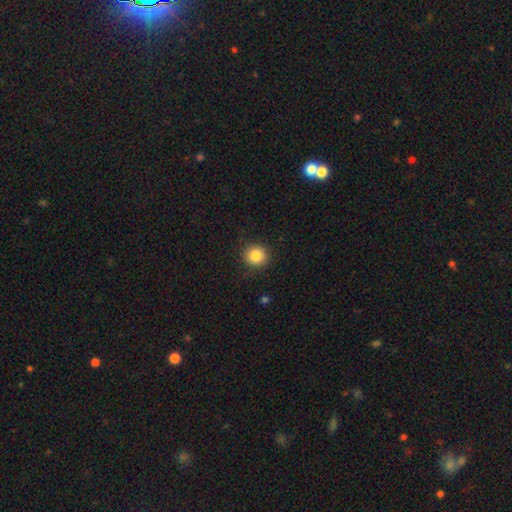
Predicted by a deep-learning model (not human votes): smooth_or_featured: smooth (p=0.86) [alt: star or artifact p=0.10]
how_rounded: round (p=0.91) [alt: in between p=0.08]
merging: none (p=0.87) [alt: minor disturbance p=0.09]